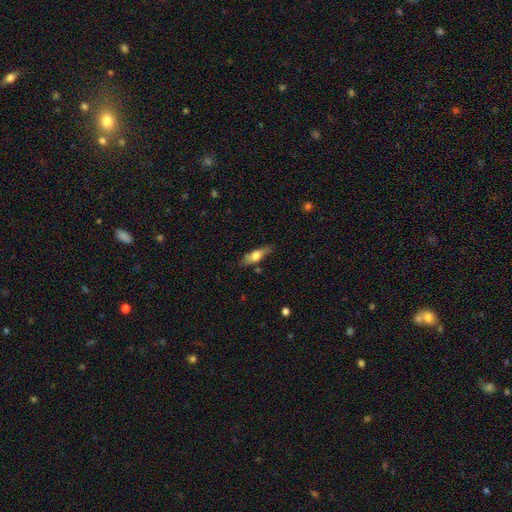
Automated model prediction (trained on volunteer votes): Q: Smooth or featured?
A: smooth (60%); runner-up: featured or disk (33%)
Q: How rounded?
A: in between (50%); runner-up: cigar-shaped (47%)
Q: Merging?
A: none (74%); runner-up: minor disturbance (20%)